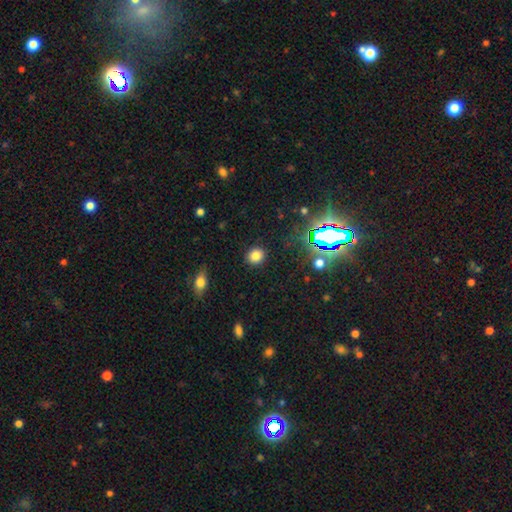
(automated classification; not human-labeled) This is likely a smooth galaxy (77%). How rounded: likely round (79%). Merging: clearly none (89%).